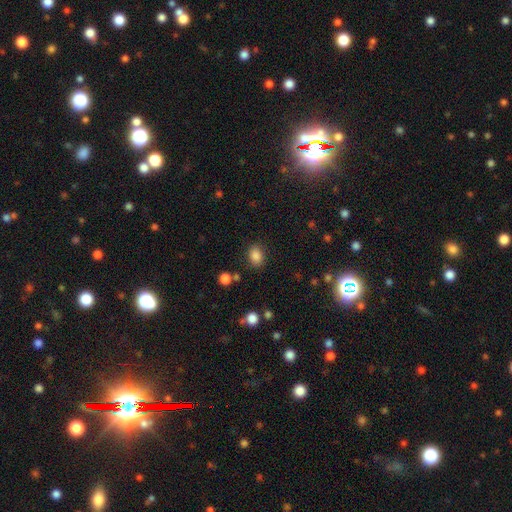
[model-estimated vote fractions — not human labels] Q: Smooth or featured?
A: smooth (85%); runner-up: star or artifact (10%)
Q: How rounded?
A: in between (68%); runner-up: round (31%)
Q: Merging?
A: none (82%); runner-up: minor disturbance (12%)